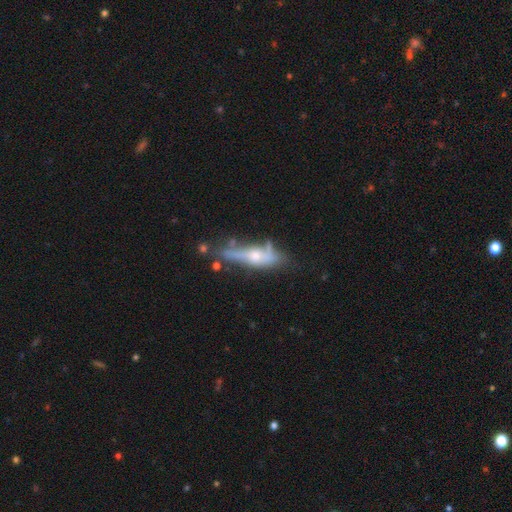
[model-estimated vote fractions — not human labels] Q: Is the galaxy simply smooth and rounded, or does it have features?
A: featured or disk — 65%.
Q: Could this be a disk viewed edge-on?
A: yes — 80%.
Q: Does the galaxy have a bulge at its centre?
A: rounded — 86%.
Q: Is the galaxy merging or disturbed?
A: none — 51%.